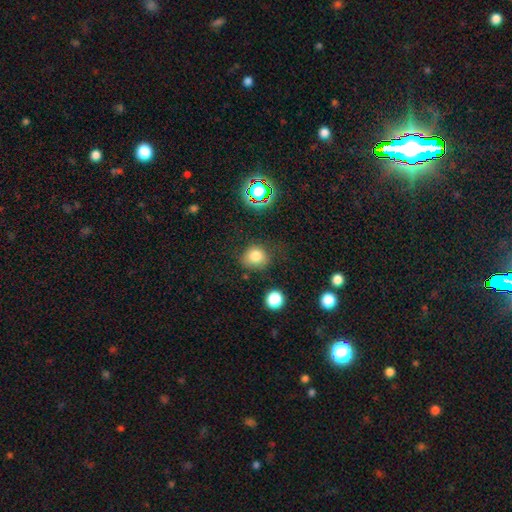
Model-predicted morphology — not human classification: A smooth galaxy with no disk features (78%) that is round (74%). Merging: none (68%).